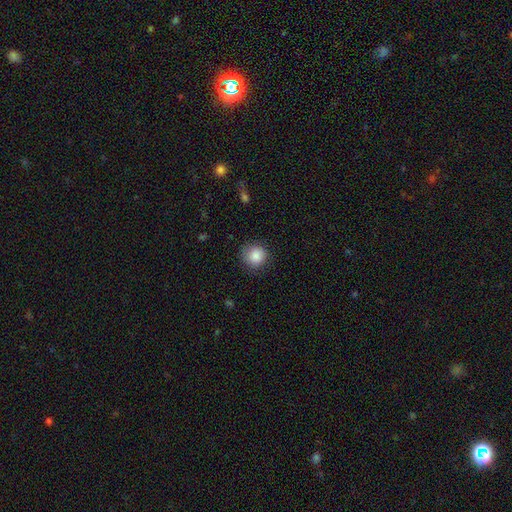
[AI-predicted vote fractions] smooth_or_featured: smooth (p=0.86) [alt: star or artifact p=0.09]
how_rounded: round (p=0.90) [alt: in between p=0.09]
merging: none (p=0.81) [alt: minor disturbance p=0.14]